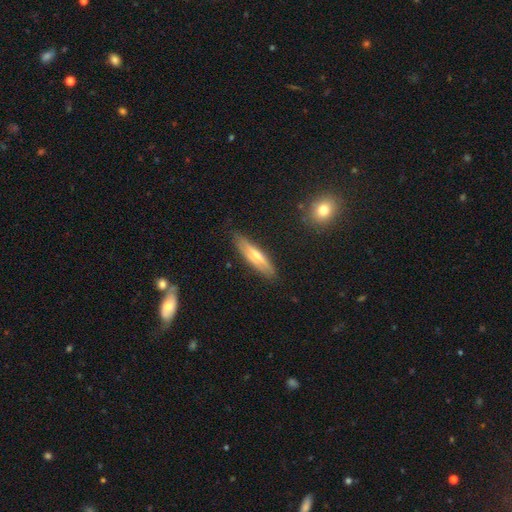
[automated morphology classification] Smooth or featured? Predicted: featured or disk (p=0.49). Merging? Predicted: none (p=0.84).